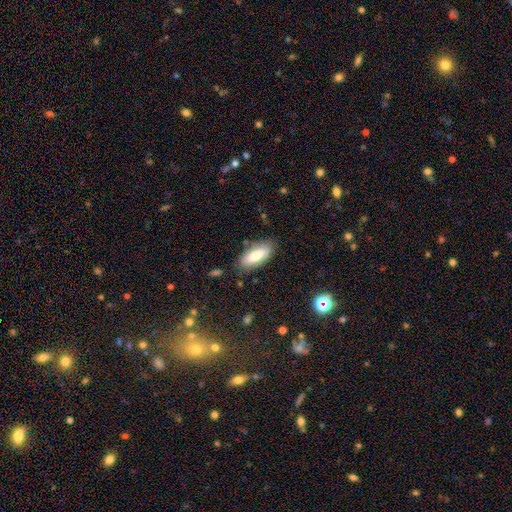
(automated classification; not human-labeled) This is likely a smooth galaxy (72%). How rounded: clearly in between (82%). Merging: clearly none (81%).